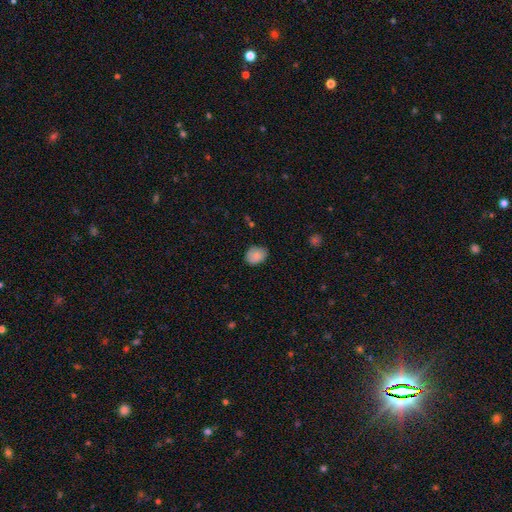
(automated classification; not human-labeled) A smooth galaxy with no disk features (83%) that is in between round and cigar-shaped (56%). Merging: none (76%).